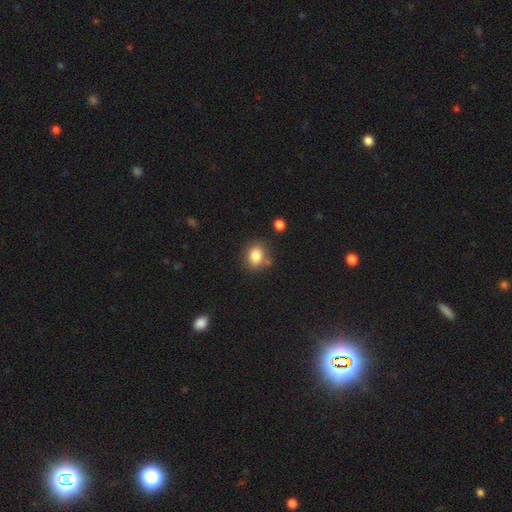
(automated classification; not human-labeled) A smooth galaxy with no disk features (83%) that is round (56%).

Vote fractions:
- Smooth or featured? smooth: 83% / star or artifact: 10% / featured or disk: 7%
- How rounded? round: 56% / in between: 43% / cigar-shaped: 1%
- Merging? none: 74% / minor disturbance: 15% / merger: 8% / major disturbance: 4%